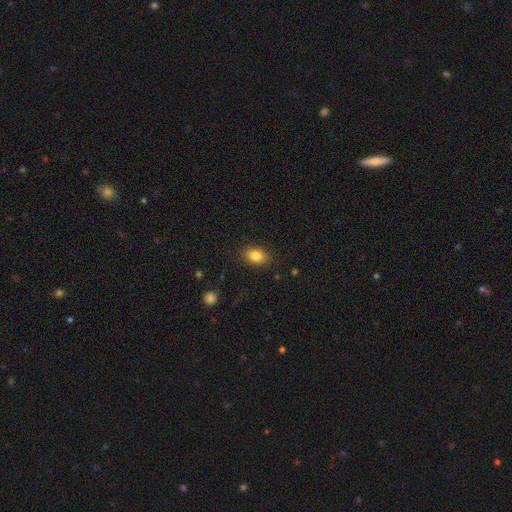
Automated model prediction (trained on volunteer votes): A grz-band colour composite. It shows a smooth galaxy with no disk features (83%) that is in between round and cigar-shaped (74%). Merging: none (86%).